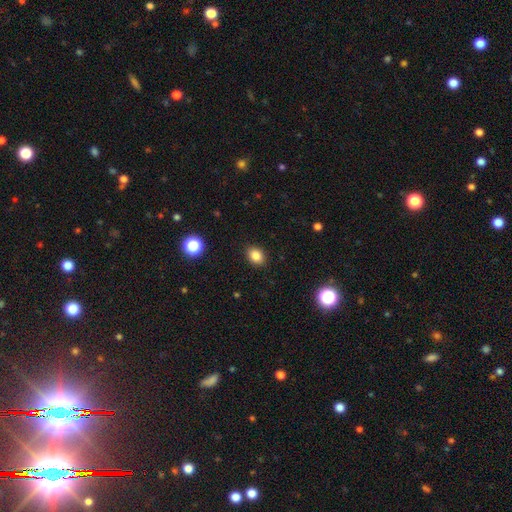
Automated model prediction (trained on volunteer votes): A smooth galaxy with no disk features (84%) that is in between round and cigar-shaped (59%).

Vote fractions:
- Smooth or featured? smooth: 84% / star or artifact: 11% / featured or disk: 5%
- How rounded? in between: 59% / round: 40% / cigar-shaped: 1%
- Merging? none: 89% / minor disturbance: 8% / major disturbance: 2% / merger: 1%